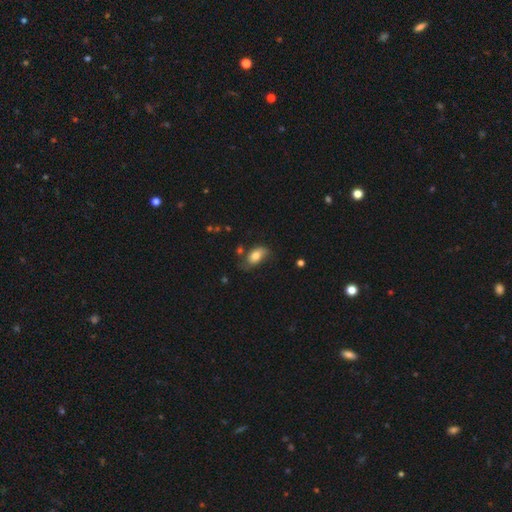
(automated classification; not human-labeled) A smooth galaxy with no disk features (74%) that is in between round and cigar-shaped (91%). Merging: none (54%).